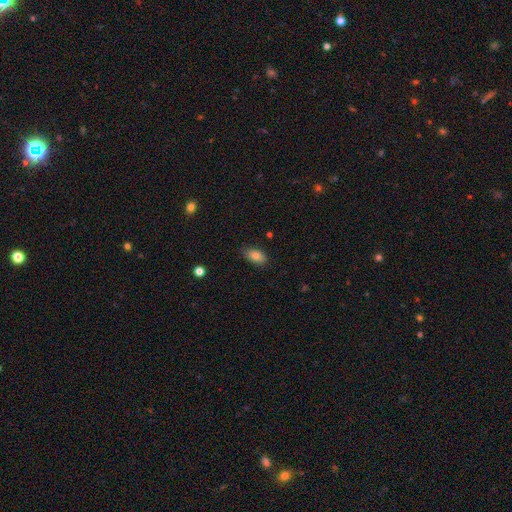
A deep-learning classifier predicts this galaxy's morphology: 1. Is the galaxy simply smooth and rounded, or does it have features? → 79% smooth, 12% featured or disk, 9% star or artifact.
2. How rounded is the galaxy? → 90% in between, 6% round, 3% cigar-shaped.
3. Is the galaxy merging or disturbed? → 83% none, 13% minor disturbance, 2% major disturbance, 1% merger.